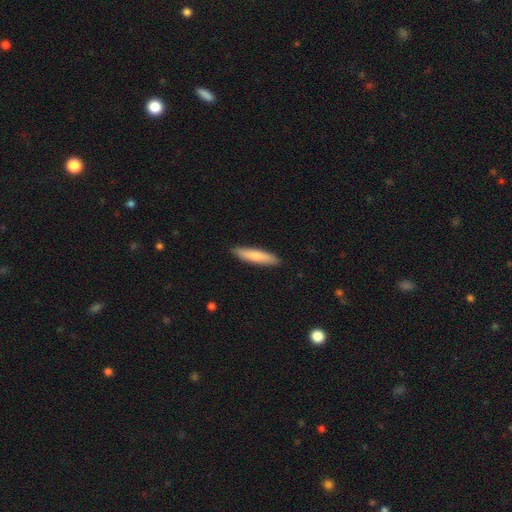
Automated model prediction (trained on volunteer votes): A smooth galaxy with no disk features (75%) that is cigar-shaped (84%). Merging: none (90%).